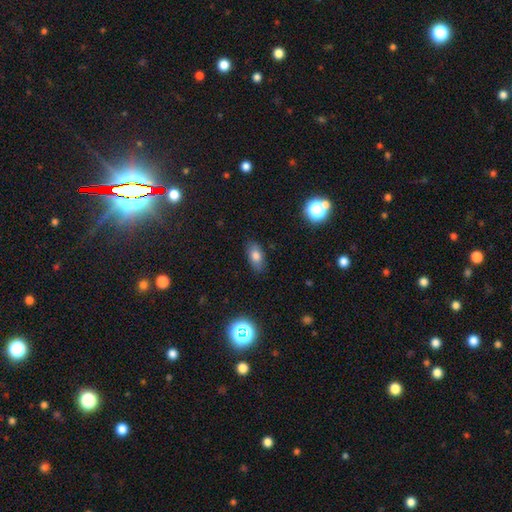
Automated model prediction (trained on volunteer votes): This appears to be a smooth galaxy with no disk features (78%) that is in between round and cigar-shaped (89%). Merging: none (85%).